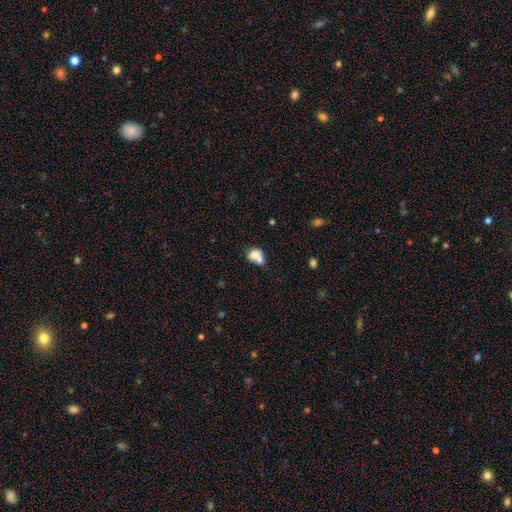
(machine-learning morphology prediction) Q: Smooth or featured?
A: smooth (72%); runner-up: featured or disk (19%)
Q: How rounded?
A: in between (51%); runner-up: round (48%)
Q: Merging?
A: merger (63%); runner-up: none (22%)